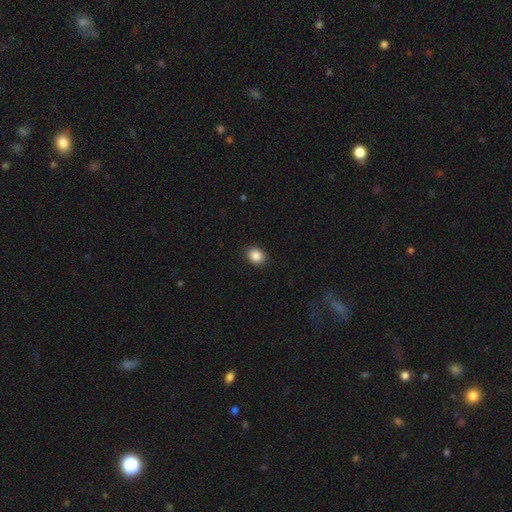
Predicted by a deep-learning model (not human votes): A smooth galaxy with no disk features (88%) that is round (54%).

Vote fractions:
- Smooth or featured? smooth: 88% / star or artifact: 9% / featured or disk: 3%
- How rounded? round: 54% / in between: 46% / cigar-shaped: 1%
- Merging? none: 90% / minor disturbance: 7% / major disturbance: 2% / merger: 1%